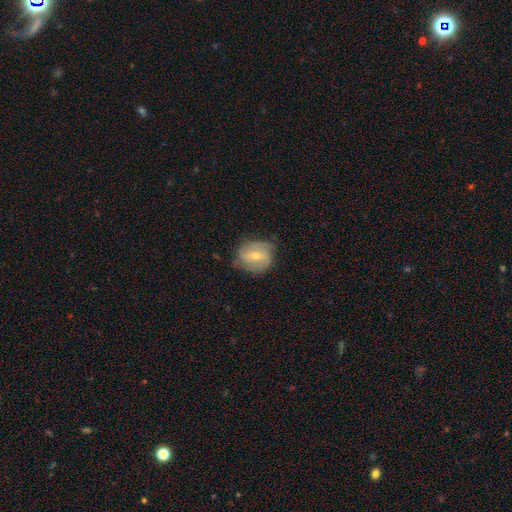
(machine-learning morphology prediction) featured or disk 62%, smooth 31%, star or artifact 6%. Down the decision tree: edge-on disk — no (96%); bar — weak (46%); spiral arms — yes (79%); bulge size — moderate (52%); merging — none (62%).